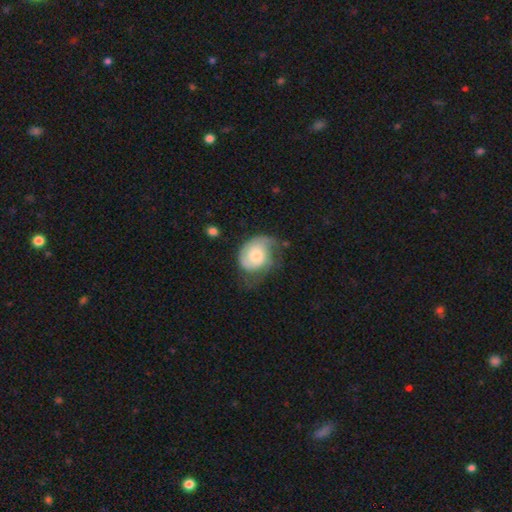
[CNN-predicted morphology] Q: Smooth or featured?
A: featured or disk (64%); runner-up: smooth (30%)
Q: Edge-on disk?
A: no (97%); runner-up: yes (3%)
Q: Bar?
A: no (75%); runner-up: weak (22%)
Q: Spiral arms?
A: yes (89%); runner-up: no (11%)
Q: Spiral winding?
A: tight (50%); runner-up: medium (34%)
Q: Spiral arm count?
A: 2 (42%); runner-up: can't tell (23%)
Q: Bulge size?
A: moderate (49%); runner-up: small (29%)
Q: Merging?
A: none (45%); runner-up: minor disturbance (29%)